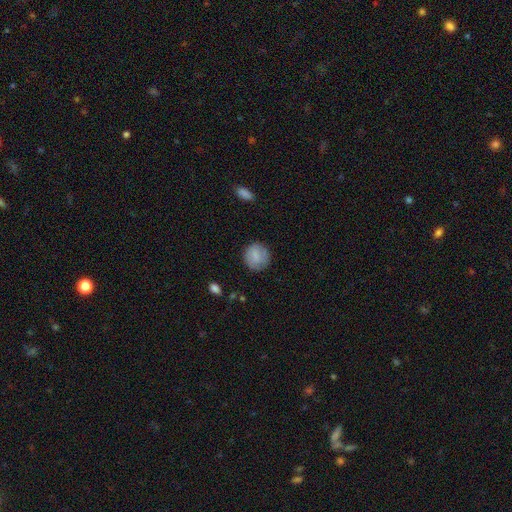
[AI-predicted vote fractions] This appears to be a smooth galaxy with no disk features (81%) that is round (90%). Merging: none (84%).